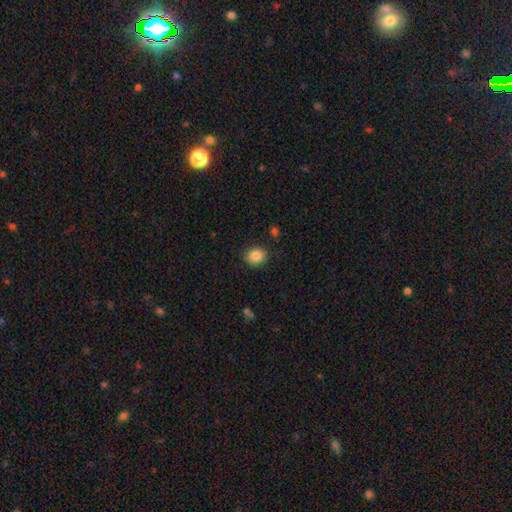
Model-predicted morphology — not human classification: This is clearly a smooth galaxy (87%). How rounded: likely round (68%). Merging: clearly none (86%).